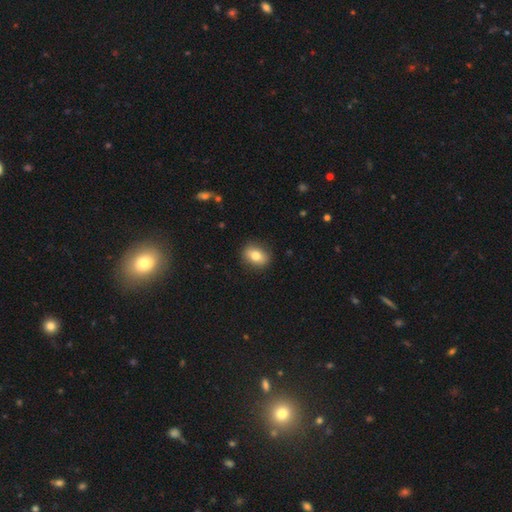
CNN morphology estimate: type=smooth (77%); roundness=in between (60%); merging=none (86%).